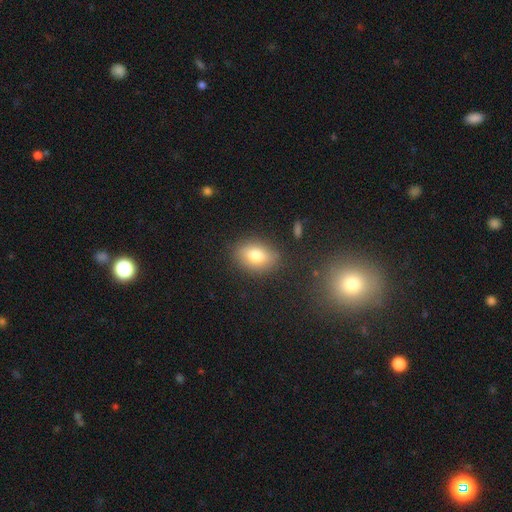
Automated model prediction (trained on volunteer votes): Smooth or featured? Predicted: smooth (p=0.77). How rounded? Predicted: in between (p=0.75). Merging? Predicted: none (p=0.82).